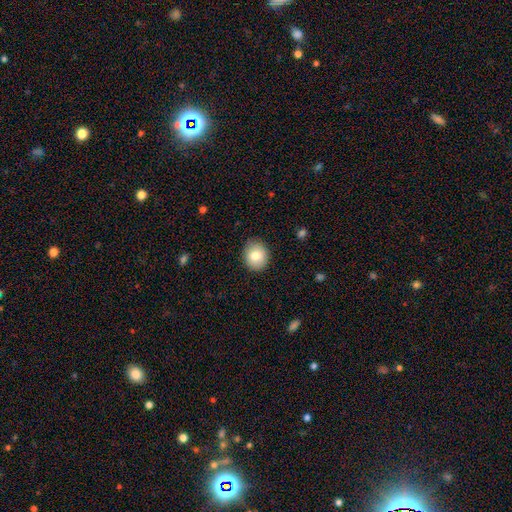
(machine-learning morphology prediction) A smooth galaxy with no disk features (82%) that is round (69%). Merging: none (88%).